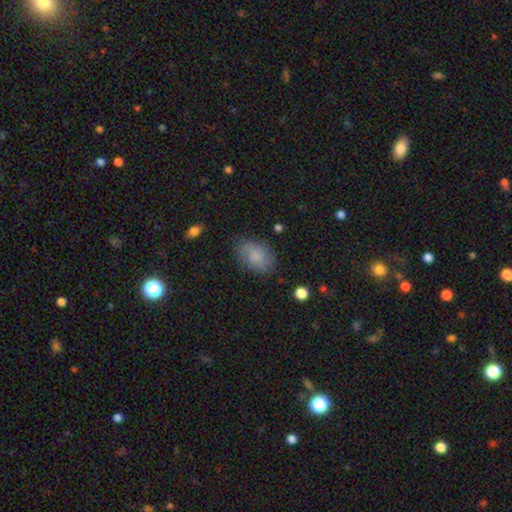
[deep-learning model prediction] Smooth or featured? smooth (80%)
How rounded? in between (83%)
Merging? none (75%)